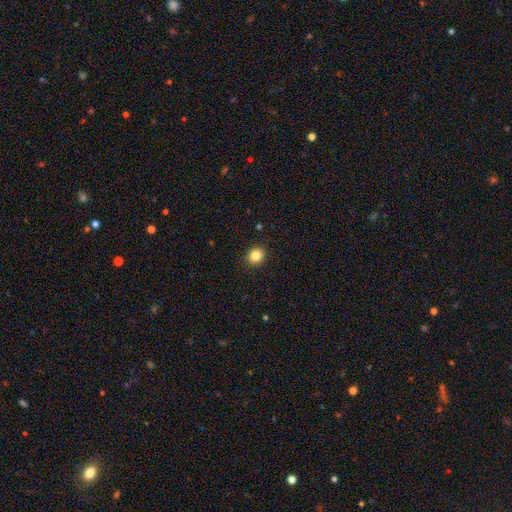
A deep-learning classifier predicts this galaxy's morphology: Smooth or featured? Predicted: smooth (p=0.85). How rounded? Predicted: round (p=0.75). Merging? Predicted: none (p=0.91).